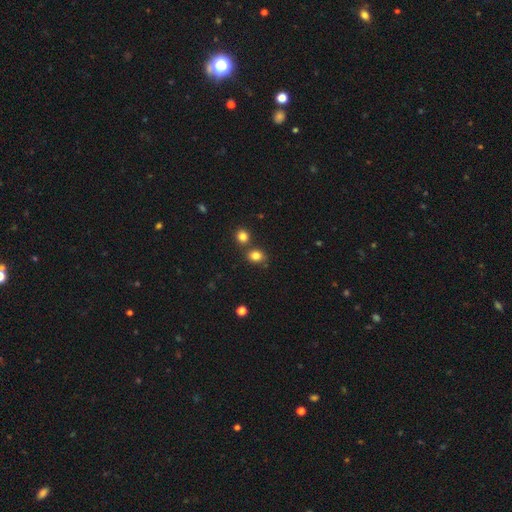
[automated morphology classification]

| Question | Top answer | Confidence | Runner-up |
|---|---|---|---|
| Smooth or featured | smooth | 81% | star or artifact (13%) |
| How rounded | round | 59% | in between (40%) |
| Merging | none | 65% | merger (20%) |